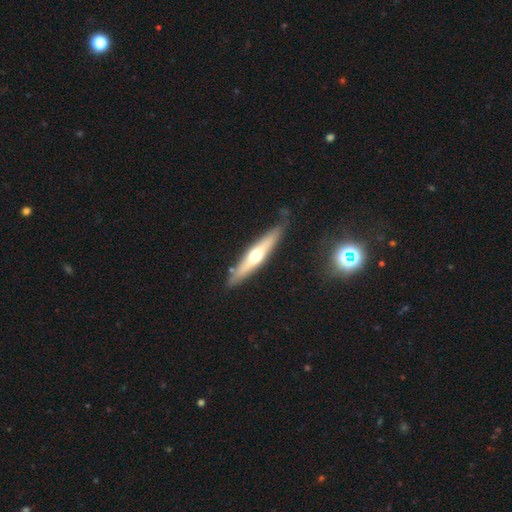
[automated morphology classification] featured or disk 55%, smooth 40%, star or artifact 5%. Down the decision tree: edge-on disk — yes (91%); merging — none (82%).